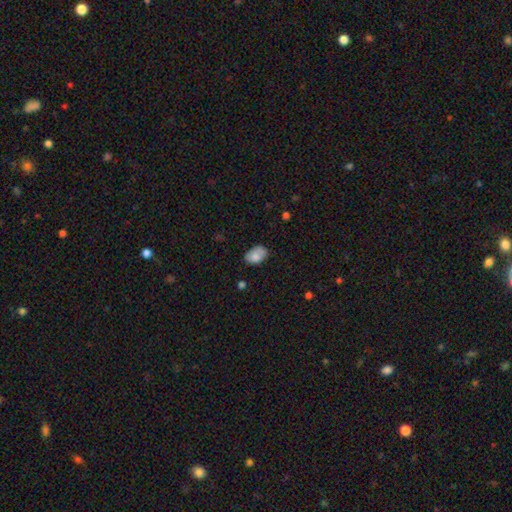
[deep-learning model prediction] Overall: smooth (82%). How rounded: in between (88%). Merging: none (68%).